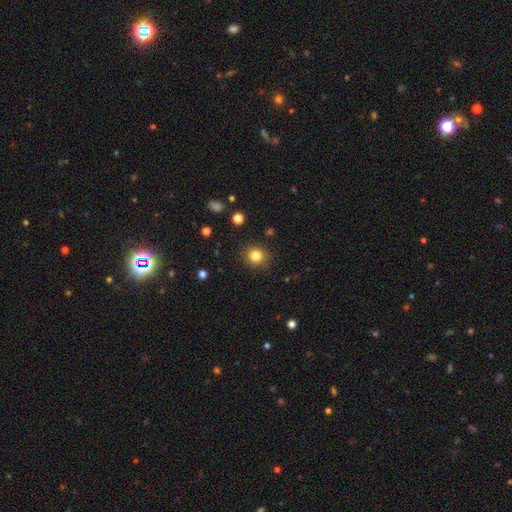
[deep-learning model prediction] Q: Smooth or featured?
A: smooth (83%); runner-up: star or artifact (12%)
Q: How rounded?
A: round (85%); runner-up: in between (14%)
Q: Merging?
A: none (86%); runner-up: minor disturbance (10%)